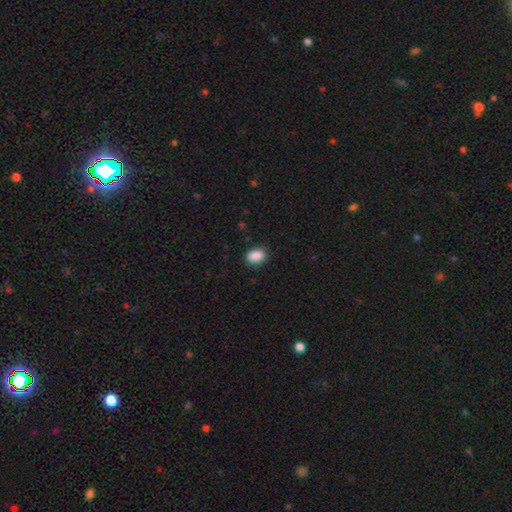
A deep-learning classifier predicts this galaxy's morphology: smooth-or-featured: smooth: 89% | star or artifact: 8% | featured or disk: 3%
  how-rounded: in between: 83% | round: 16% | cigar-shaped: 1%
  merging: none: 85% | minor disturbance: 11% | major disturbance: 3% | merger: 1%